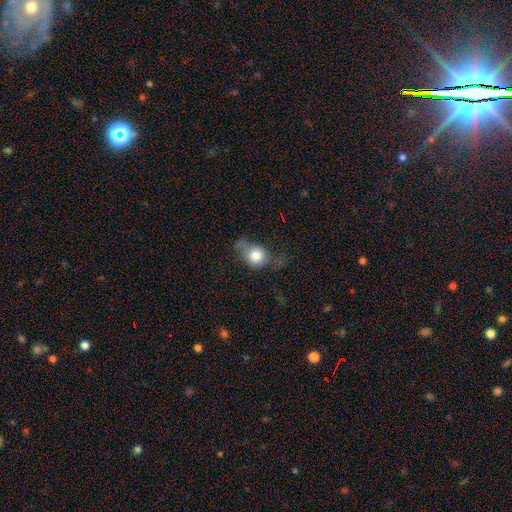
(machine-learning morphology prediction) Smooth or featured? Predicted: smooth (p=0.70). How rounded? Predicted: round (p=0.59). Merging? Predicted: none (p=0.37).